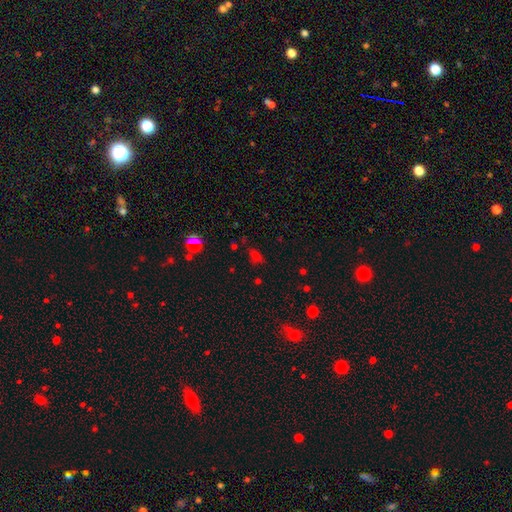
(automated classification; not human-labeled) A smooth galaxy with no disk features (53%) that is in between round and cigar-shaped (76%).

Vote fractions:
- Smooth or featured? smooth: 53% / star or artifact: 39% / featured or disk: 8%
- How rounded? in between: 76% / round: 19% / cigar-shaped: 5%
- Merging? none: 69% / minor disturbance: 19% / major disturbance: 8% / merger: 5%